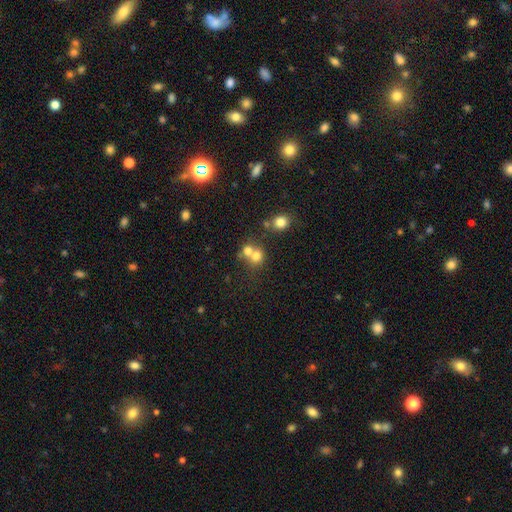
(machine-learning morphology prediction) A smooth galaxy with no disk features (72%) that is round (80%). Merging: merger (54%).